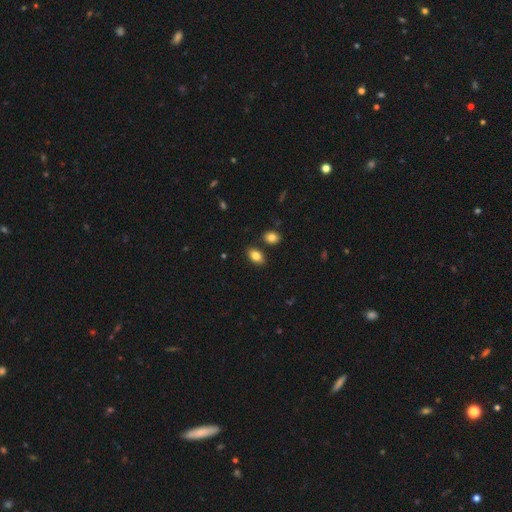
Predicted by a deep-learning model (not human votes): This is clearly a smooth galaxy (83%). How rounded: clearly in between (90%). Merging: clearly none (82%).